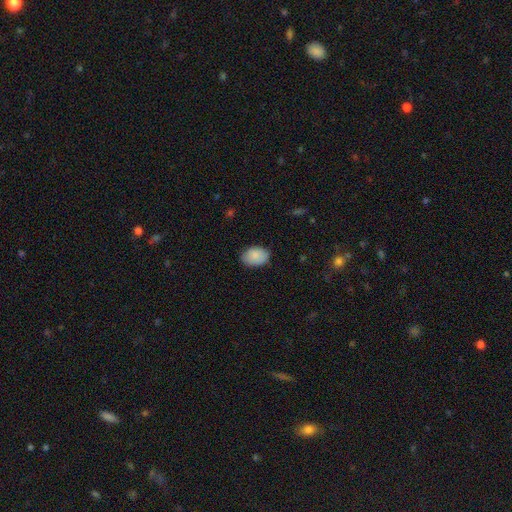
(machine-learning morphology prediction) Overall: smooth (87%). How rounded: in between (82%). Merging: none (81%).